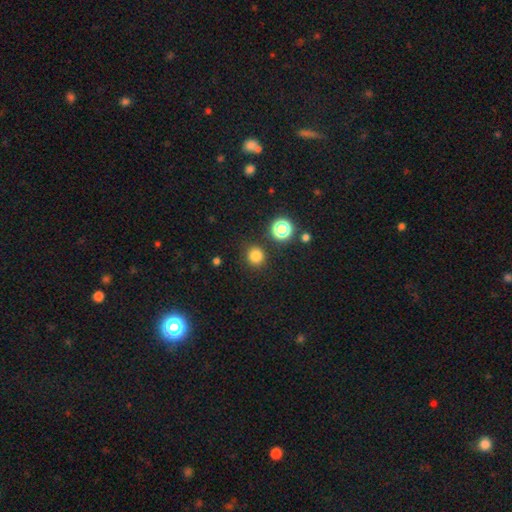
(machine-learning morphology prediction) This is clearly a smooth galaxy (81%). How rounded: clearly round (90%). Merging: clearly none (87%).